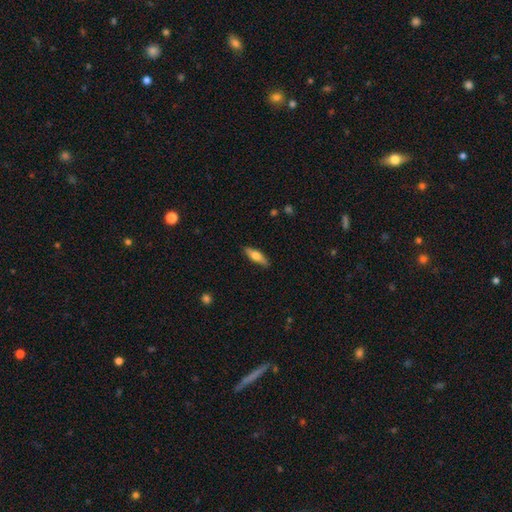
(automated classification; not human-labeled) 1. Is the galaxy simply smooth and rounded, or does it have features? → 65% smooth, 29% featured or disk, 6% star or artifact.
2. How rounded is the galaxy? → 50% in between, 48% cigar-shaped, 2% round.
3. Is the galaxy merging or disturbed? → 87% none, 10% minor disturbance, 2% major disturbance, 1% merger.